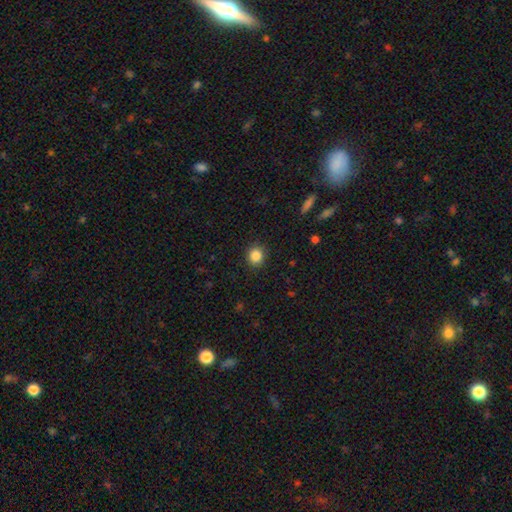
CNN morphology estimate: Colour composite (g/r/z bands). It shows a smooth galaxy with no disk features (86%) that is round (85%). Merging: none (90%).